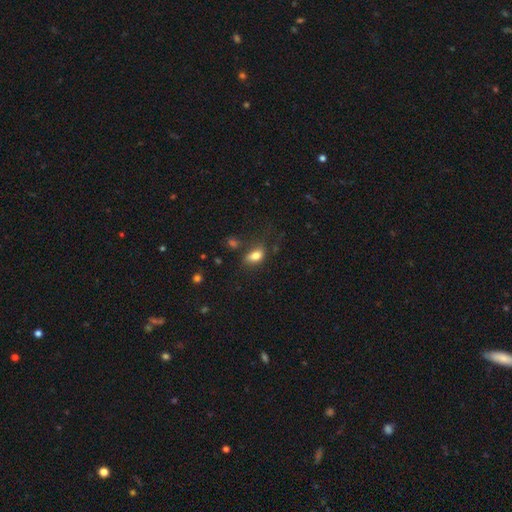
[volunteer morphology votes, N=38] A smooth galaxy with no disk features (76%) that is in between round and cigar-shaped (86%).

Vote fractions:
- Smooth or featured? smooth: 76% / featured or disk: 18% / star or artifact: 5%
- How rounded? in between: 86% / round: 14% / cigar-shaped: 0%
- Merging? none: 47% / minor disturbance: 28% / major disturbance: 17% / merger: 8%